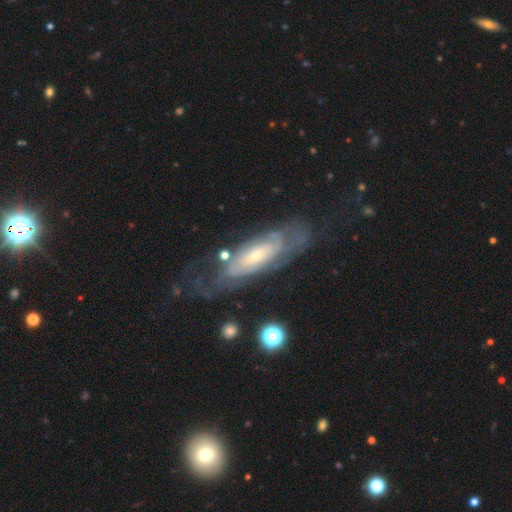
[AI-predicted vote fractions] featured or disk 80%, smooth 14%, star or artifact 6%. Down the decision tree: edge-on disk — no (84%); bar — no (65%); spiral arms — yes (87%); spiral arm count — can't tell (59%); spiral winding — tight (66%); bulge size — small (61%); merging — none (62%).